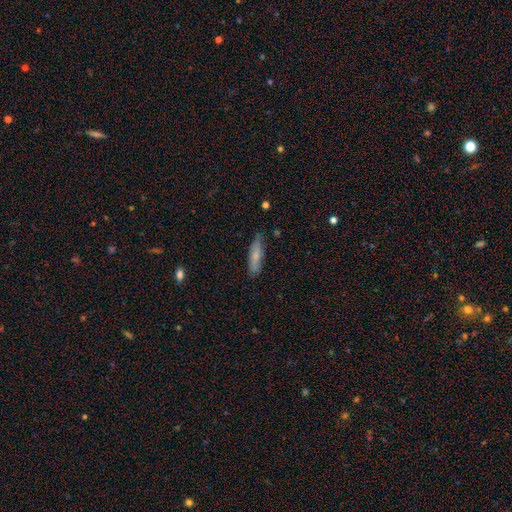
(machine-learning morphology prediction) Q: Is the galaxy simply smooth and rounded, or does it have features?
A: smooth — 71%.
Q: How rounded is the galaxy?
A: cigar-shaped — 70%.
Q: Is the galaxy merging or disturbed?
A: none — 80%.